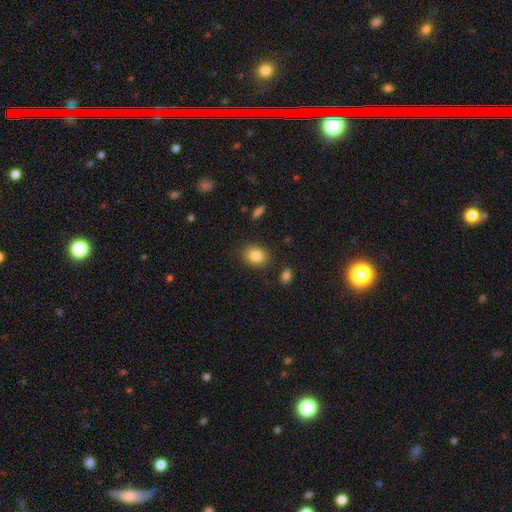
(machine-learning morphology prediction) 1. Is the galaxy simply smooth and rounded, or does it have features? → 85% smooth, 8% star or artifact, 6% featured or disk.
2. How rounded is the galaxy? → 63% in between, 36% round, 1% cigar-shaped.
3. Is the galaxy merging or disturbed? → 85% none, 10% minor disturbance, 3% major disturbance, 2% merger.